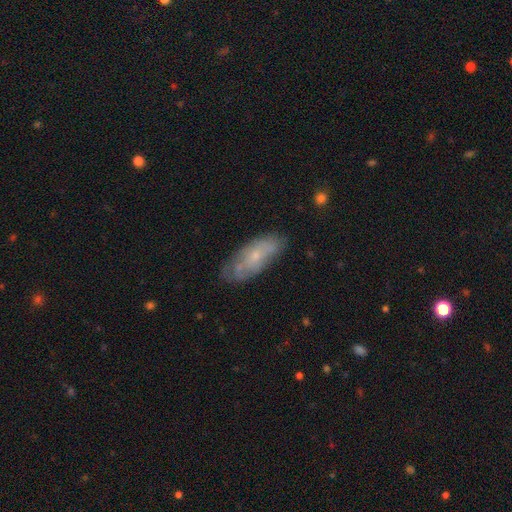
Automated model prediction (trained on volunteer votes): smooth-or-featured: featured or disk: 51% | smooth: 42% | star or artifact: 7%
  disk-edge-on: no: 85% | yes: 15%
  merging: none: 65% | minor disturbance: 26% | major disturbance: 7% | merger: 2%